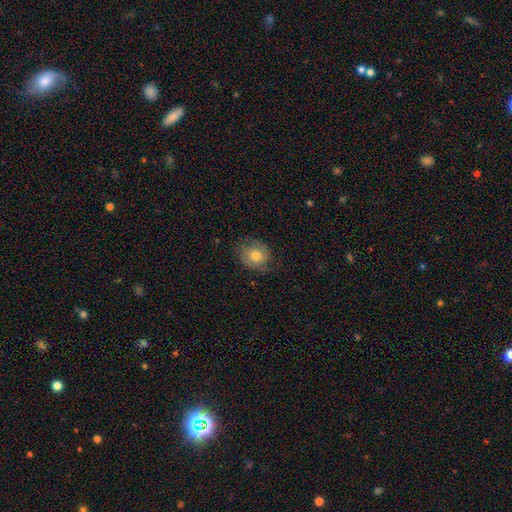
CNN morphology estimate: smooth-or-featured: smooth: 60% | featured or disk: 31% | star or artifact: 8%
  how-rounded: round: 71% | in between: 28% | cigar-shaped: 1%
  merging: none: 67% | minor disturbance: 22% | major disturbance: 10% | merger: 1%